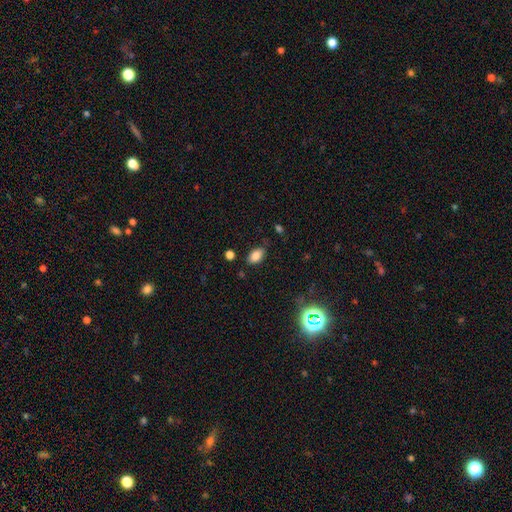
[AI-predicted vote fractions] The model was most divided on "merging": none: 81%, minor disturbance: 14%, major disturbance: 3%, merger: 2%. More confident: how rounded — in between (91%); smooth or featured — smooth (83%).